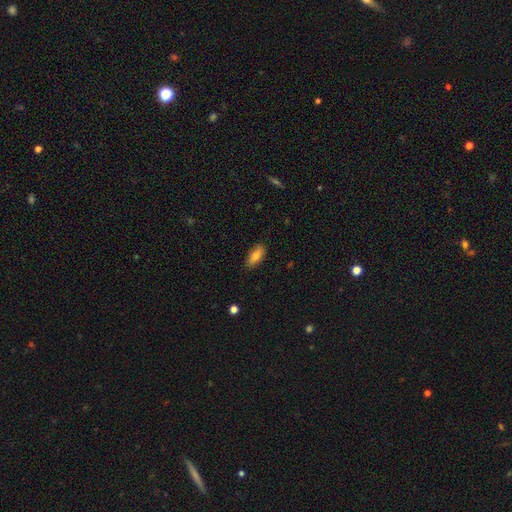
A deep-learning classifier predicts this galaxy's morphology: A smooth galaxy with no disk features (78%) that is in between round and cigar-shaped (83%). Merging: none (85%).